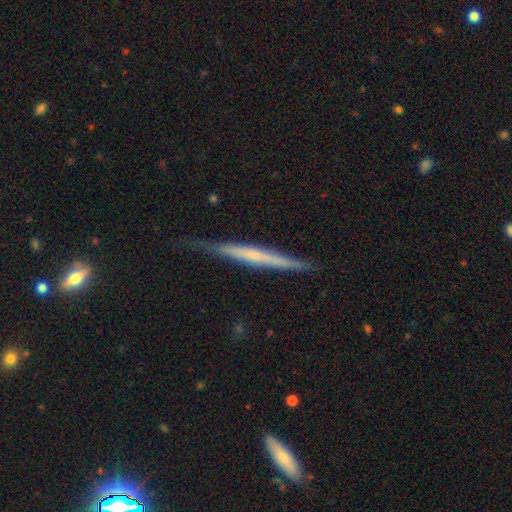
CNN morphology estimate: A featured or disk galaxy (60%) viewed edge-on (97%) with no central bulge (66%).

Vote fractions:
- Smooth or featured? featured or disk: 60% / smooth: 35% / star or artifact: 6%
- Edge-on disk? yes: 97% / no: 3%
- Edge-on bulge? none: 66% / rounded: 25% / boxy: 9%
- Merging? none: 78% / minor disturbance: 17% / major disturbance: 3% / merger: 1%